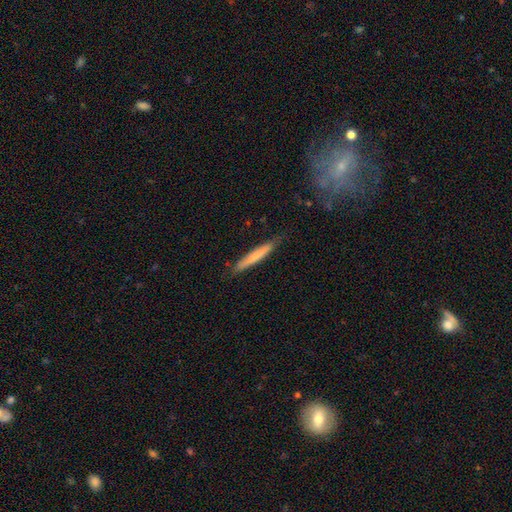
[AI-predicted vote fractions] Smooth or featured? Predicted: smooth (p=0.66). How rounded? Predicted: cigar-shaped (p=0.95). Merging? Predicted: none (p=0.82).